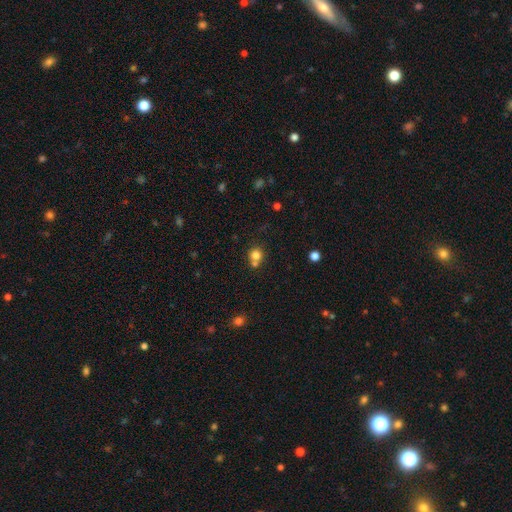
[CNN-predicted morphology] Smooth or featured? Predicted: smooth (p=0.78). How rounded? Predicted: round (p=0.86). Merging? Predicted: none (p=0.50).